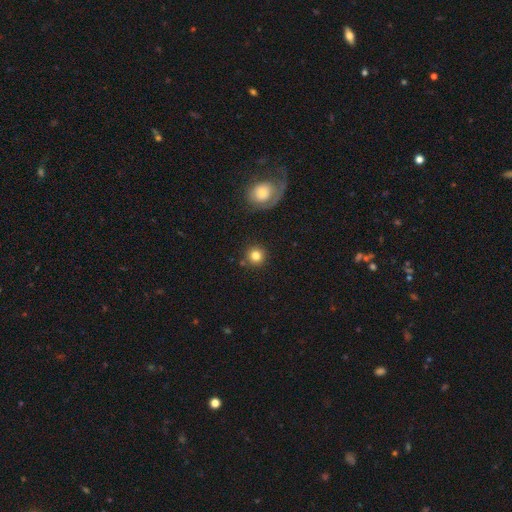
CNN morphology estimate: smooth 80%, star or artifact 12%, featured or disk 8%. Down the decision tree: how rounded — round (94%); merging — none (86%).